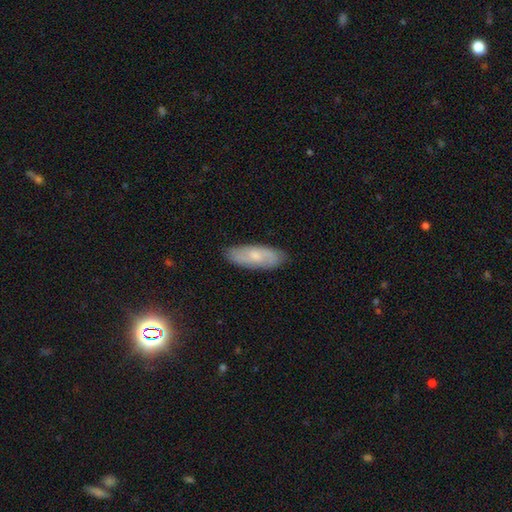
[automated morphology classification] A smooth galaxy with no disk features (54%) that is in between round and cigar-shaped (67%). Merging: none (85%).